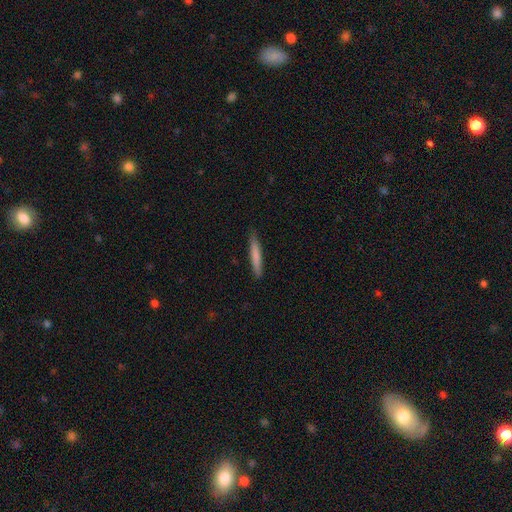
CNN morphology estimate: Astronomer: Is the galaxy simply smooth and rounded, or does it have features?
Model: smooth — 75%.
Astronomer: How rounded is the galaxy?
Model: cigar-shaped — 95%.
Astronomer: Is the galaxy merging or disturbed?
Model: none — 89%.